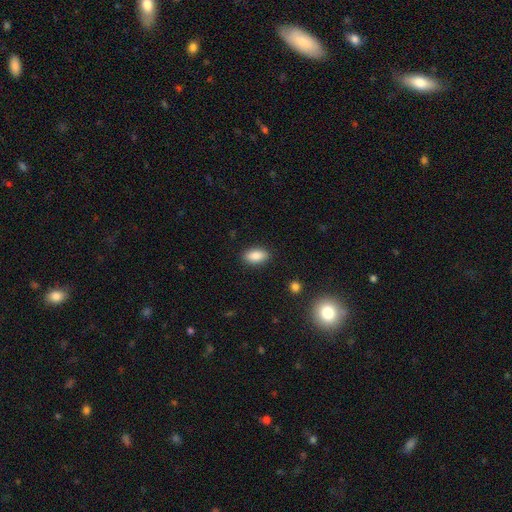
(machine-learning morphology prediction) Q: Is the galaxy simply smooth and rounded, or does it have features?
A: smooth — 87%.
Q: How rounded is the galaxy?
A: in between — 91%.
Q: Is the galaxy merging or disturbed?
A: none — 88%.